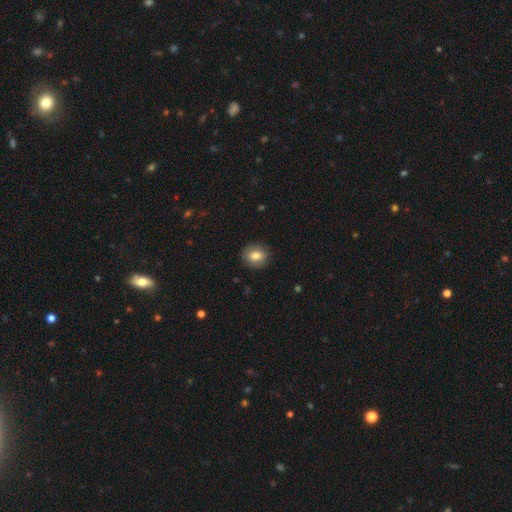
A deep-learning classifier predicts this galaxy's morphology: smooth 79%, featured or disk 13%, star or artifact 8%. Down the decision tree: how rounded — round (75%); merging — none (89%).